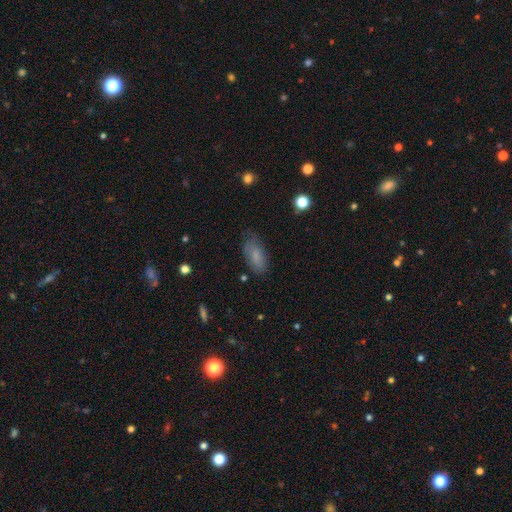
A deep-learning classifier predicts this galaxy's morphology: A smooth galaxy with no disk features (78%) that is in between round and cigar-shaped (87%). Merging: none (70%).